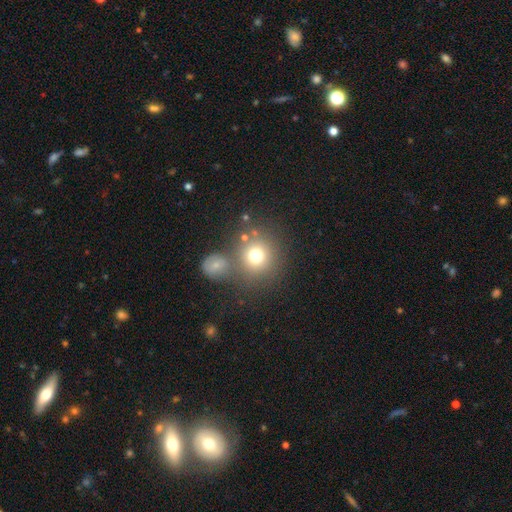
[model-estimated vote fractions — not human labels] smooth 75%, star or artifact 13%, featured or disk 12%. Down the decision tree: how rounded — round (89%); merging — none (66%).